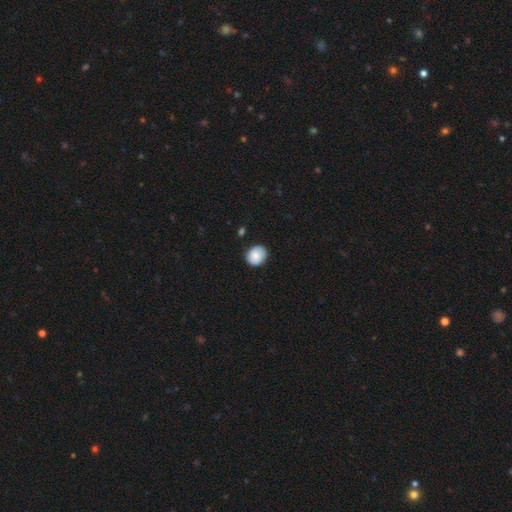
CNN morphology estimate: A smooth galaxy with no disk features (83%) that is round (68%). Merging: none (83%).